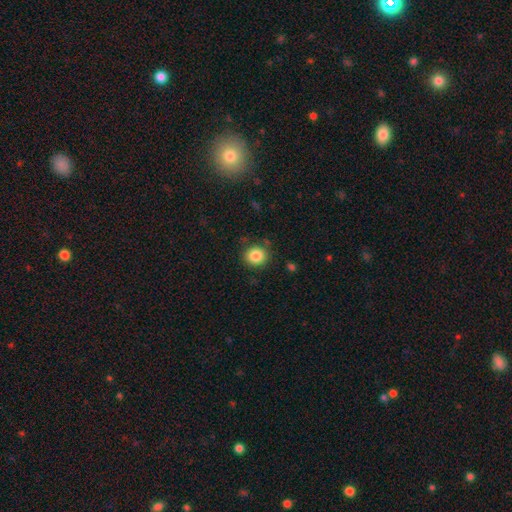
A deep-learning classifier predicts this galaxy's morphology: This is clearly a smooth galaxy (85%). How rounded: clearly round (85%). Merging: clearly none (85%).